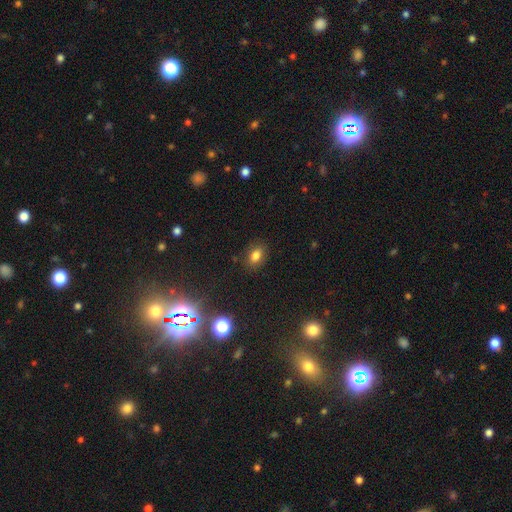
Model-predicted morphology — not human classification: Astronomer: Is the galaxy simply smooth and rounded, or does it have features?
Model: smooth — 79%.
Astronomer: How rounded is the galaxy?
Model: in between — 82%.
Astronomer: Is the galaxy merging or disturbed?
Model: none — 85%.